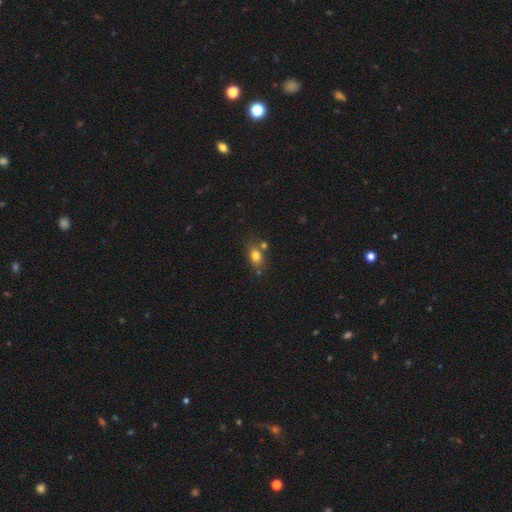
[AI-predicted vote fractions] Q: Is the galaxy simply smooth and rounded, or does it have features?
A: smooth — 78%.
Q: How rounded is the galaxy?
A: in between — 68%.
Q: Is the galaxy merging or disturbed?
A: none — 62%.